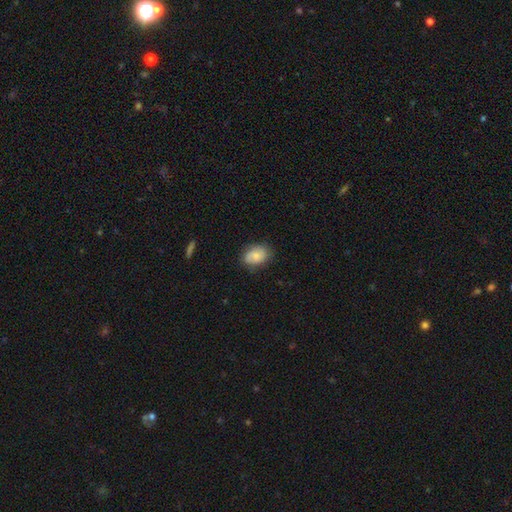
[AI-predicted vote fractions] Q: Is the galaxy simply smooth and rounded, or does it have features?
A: smooth — 74%.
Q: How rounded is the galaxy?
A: in between — 74%.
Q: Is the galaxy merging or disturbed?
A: none — 75%.